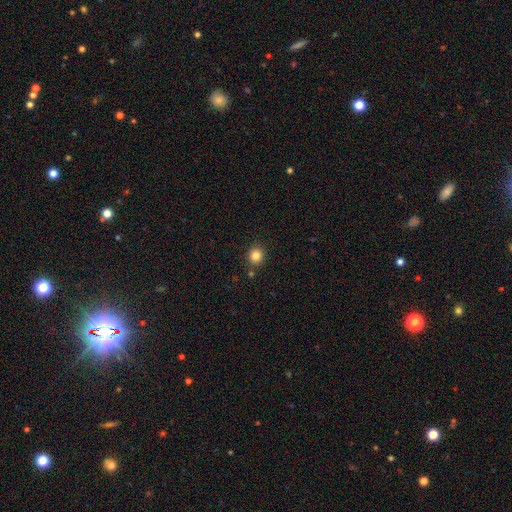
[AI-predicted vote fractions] Smooth or featured? Predicted: smooth (p=0.83). How rounded? Predicted: round (p=0.88). Merging? Predicted: none (p=0.87).